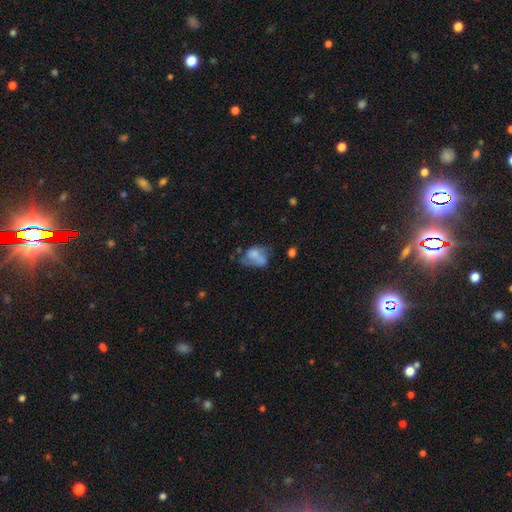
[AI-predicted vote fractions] Overall: smooth (52%; featured or disk 38%). How rounded: in between (76%). Merging: major disturbance (32%; none 26%).